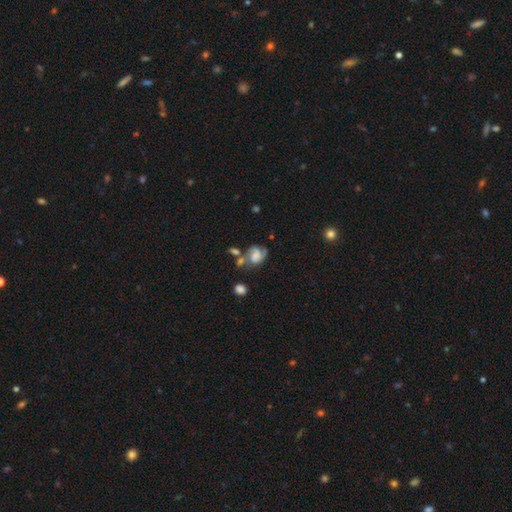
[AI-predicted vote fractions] Smooth or featured: featured or disk — 51% (smooth — 38%)
Edge-on disk: no — 97% (yes — 3%)
Merging: none — 37% (minor disturbance — 22%)